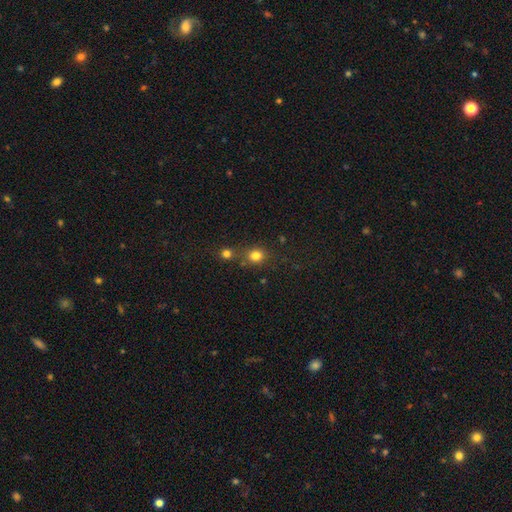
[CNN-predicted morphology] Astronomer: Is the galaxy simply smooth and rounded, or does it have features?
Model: smooth — 78%.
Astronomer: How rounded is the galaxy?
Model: round — 80%.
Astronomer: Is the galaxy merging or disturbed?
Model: none — 66%.